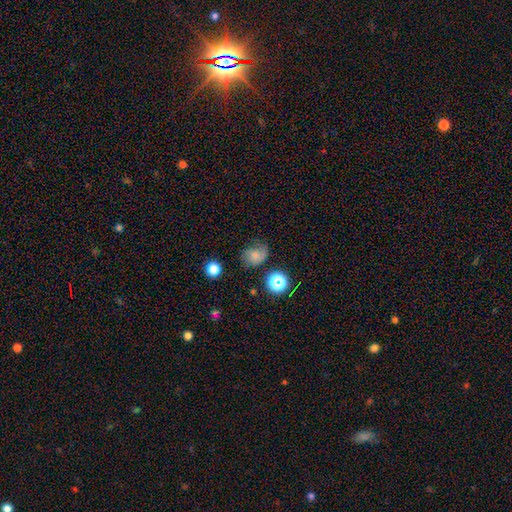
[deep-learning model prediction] A smooth galaxy with no disk features (58%) that is round (52%).

Vote fractions:
- Smooth or featured? smooth: 58% / featured or disk: 25% / star or artifact: 16%
- How rounded? round: 52% / in between: 47% / cigar-shaped: 1%
- Merging? none: 52% / minor disturbance: 29% / major disturbance: 16% / merger: 3%